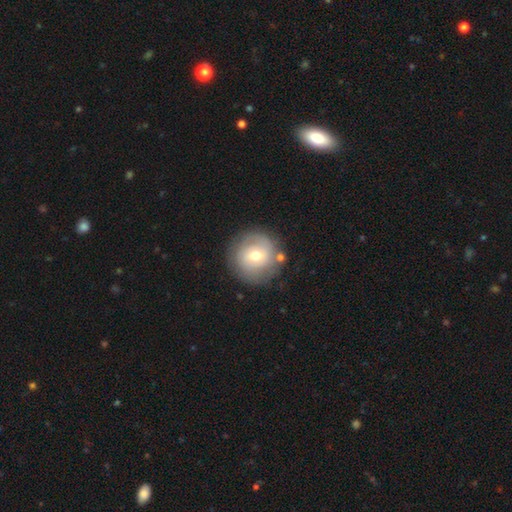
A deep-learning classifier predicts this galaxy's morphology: Smooth or featured?
  - smooth: 51% *
  - featured or disk: 41%
  - star or artifact: 8%
How rounded?
  - round: 93% *
  - in between: 6%
  - cigar-shaped: 1%
Merging?
  - none: 77% *
  - minor disturbance: 13%
  - major disturbance: 5%
  - merger: 5%